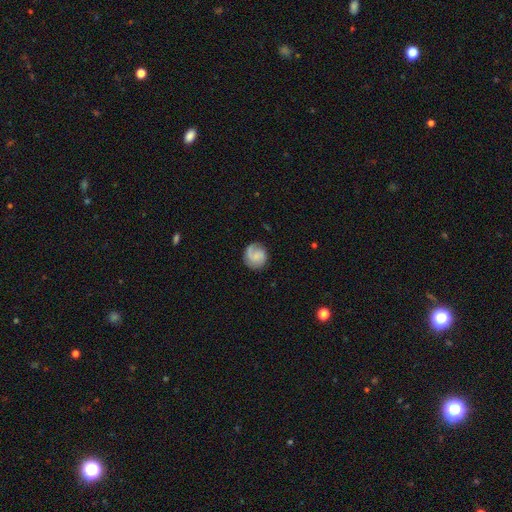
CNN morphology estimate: This appears to be a featured or disk galaxy (51%). Merging: none (72%).